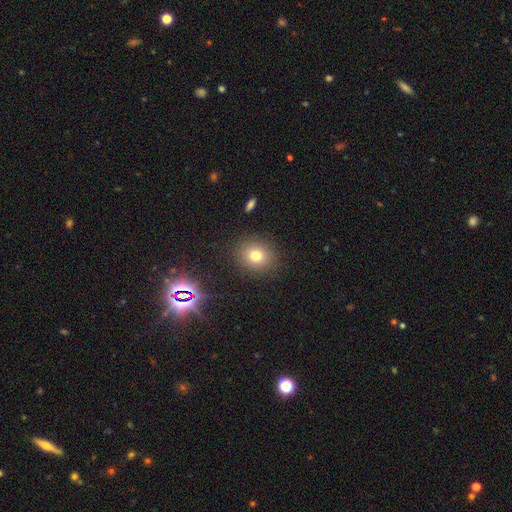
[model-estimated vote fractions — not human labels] smooth_or_featured: smooth (p=0.74) [alt: star or artifact p=0.17]
how_rounded: round (p=0.77) [alt: in between p=0.22]
merging: none (p=0.88) [alt: minor disturbance p=0.07]